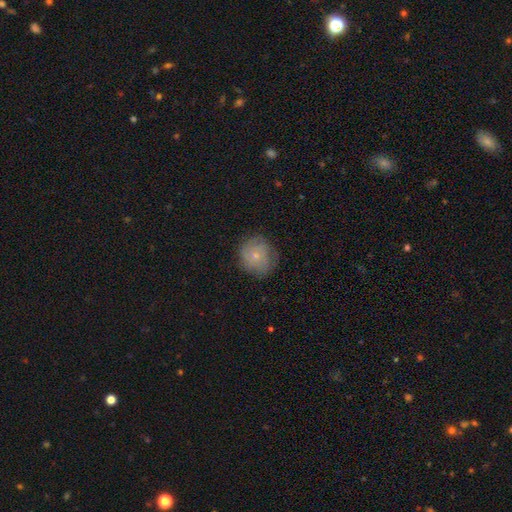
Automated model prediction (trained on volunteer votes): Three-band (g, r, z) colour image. It shows a smooth galaxy with no disk features (51%) that is round (83%). Merging: none (74%).